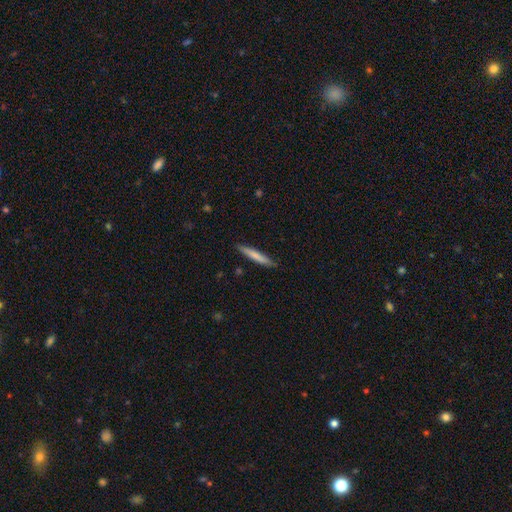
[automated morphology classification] Q: Smooth or featured?
A: smooth (70%); runner-up: featured or disk (25%)
Q: How rounded?
A: cigar-shaped (94%); runner-up: in between (5%)
Q: Merging?
A: none (86%); runner-up: minor disturbance (11%)